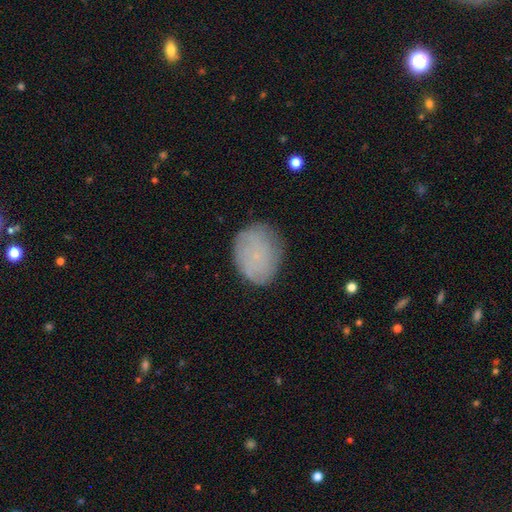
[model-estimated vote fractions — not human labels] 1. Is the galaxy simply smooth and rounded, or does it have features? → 66% smooth, 24% featured or disk, 10% star or artifact.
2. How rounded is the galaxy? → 59% in between, 40% round, 1% cigar-shaped.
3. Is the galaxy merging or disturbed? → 76% none, 17% minor disturbance, 5% major disturbance, 1% merger.